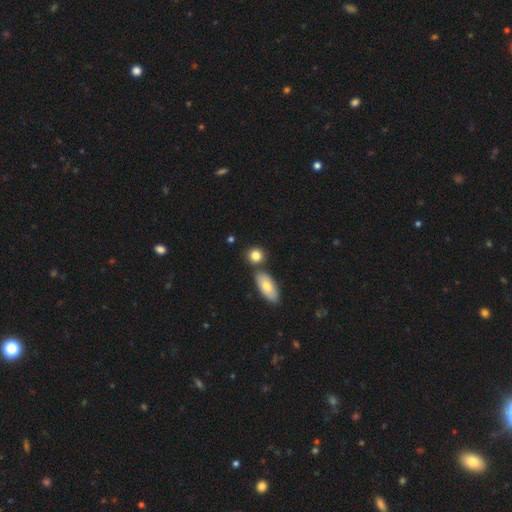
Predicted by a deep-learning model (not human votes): A smooth galaxy with no disk features (83%) that is round (68%). Merging: none (69%).